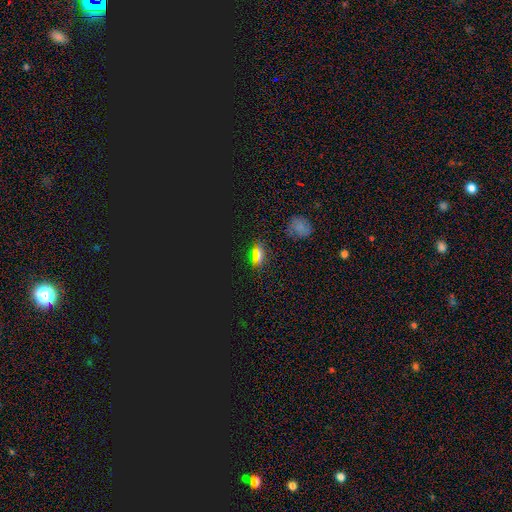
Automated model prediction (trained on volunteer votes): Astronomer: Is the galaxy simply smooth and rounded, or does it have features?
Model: star or artifact — 59%.